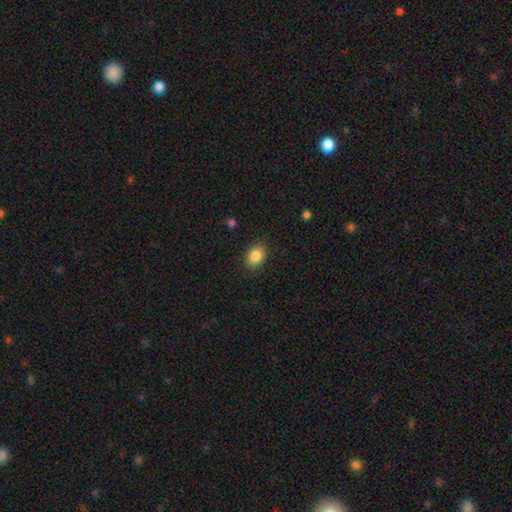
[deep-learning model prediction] Smooth or featured? Predicted: smooth (p=0.86). How rounded? Predicted: in between (p=0.67). Merging? Predicted: none (p=0.87).